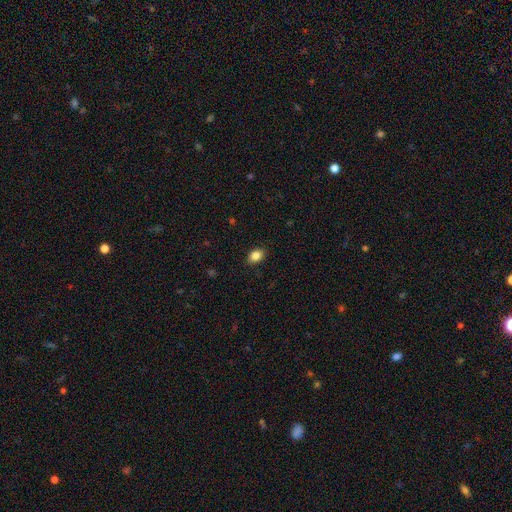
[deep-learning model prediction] Overall: smooth (86%). How rounded: in between (78%). Merging: none (88%).